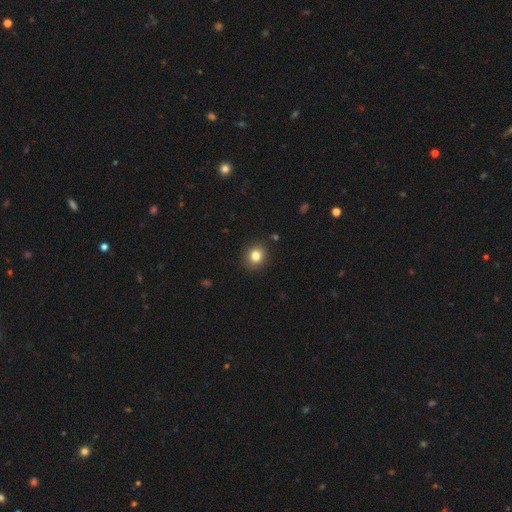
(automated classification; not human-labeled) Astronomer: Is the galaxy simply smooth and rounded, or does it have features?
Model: smooth — 82%.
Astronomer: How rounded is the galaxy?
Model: round — 82%.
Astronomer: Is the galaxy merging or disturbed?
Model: none — 89%.